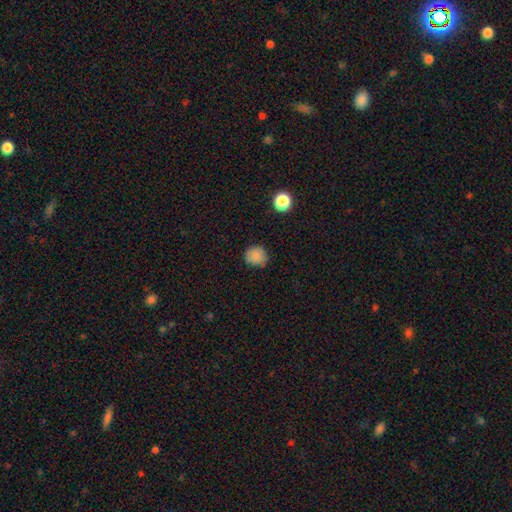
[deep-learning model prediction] smooth_or_featured: smooth (p=0.85) [alt: star or artifact p=0.10]
how_rounded: round (p=0.87) [alt: in between p=0.12]
merging: none (p=0.79) [alt: minor disturbance p=0.16]